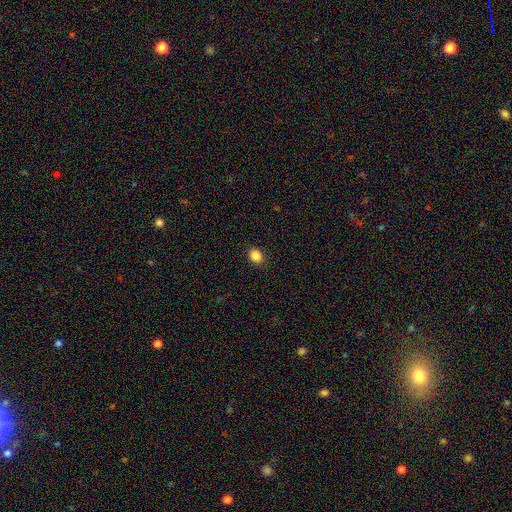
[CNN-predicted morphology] The model was most divided on "how rounded": round: 64%, in between: 35%, cigar-shaped: 1%. More confident: merging — none (90%); smooth or featured — smooth (86%).